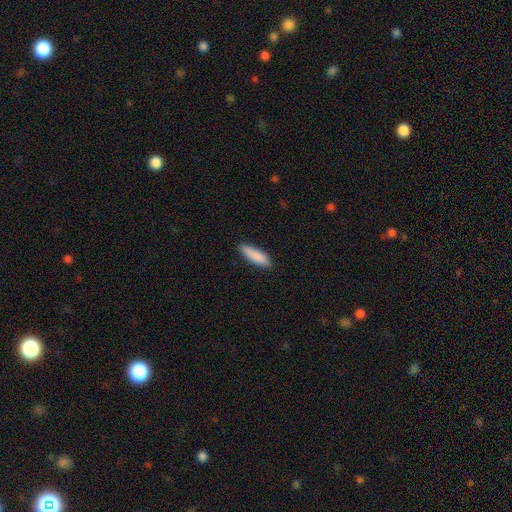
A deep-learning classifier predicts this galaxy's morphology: This appears to be a smooth galaxy with no disk features (88%) that is cigar-shaped (54%). Merging: none (85%).